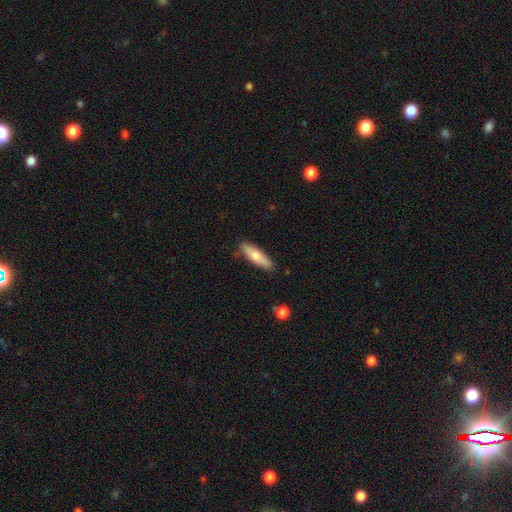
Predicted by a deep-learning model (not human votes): Q: Smooth or featured?
A: smooth (68%); runner-up: featured or disk (26%)
Q: How rounded?
A: cigar-shaped (63%); runner-up: in between (36%)
Q: Merging?
A: none (83%); runner-up: minor disturbance (13%)